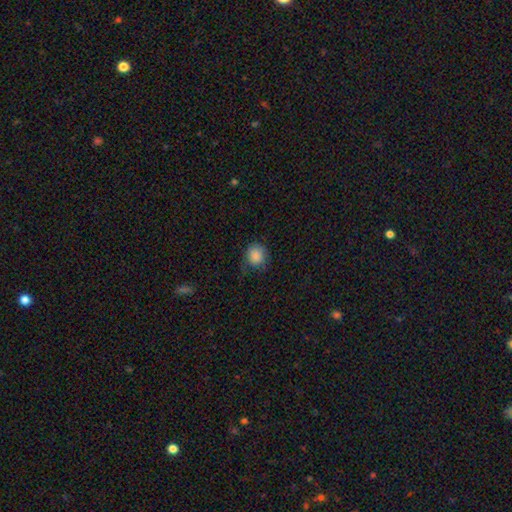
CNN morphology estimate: Q: Smooth or featured?
A: smooth (86%); runner-up: star or artifact (9%)
Q: How rounded?
A: round (79%); runner-up: in between (20%)
Q: Merging?
A: none (64%); runner-up: minor disturbance (26%)